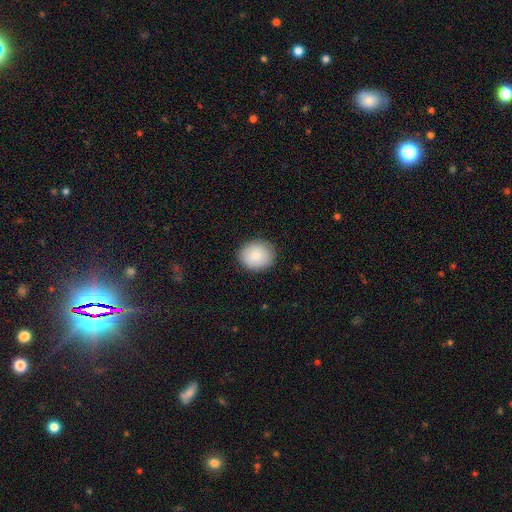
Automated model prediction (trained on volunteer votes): smooth-or-featured: smooth: 85% | featured or disk: 8% | star or artifact: 7%
  how-rounded: round: 67% | in between: 32% | cigar-shaped: 1%
  merging: none: 87% | minor disturbance: 10% | major disturbance: 2% | merger: 1%